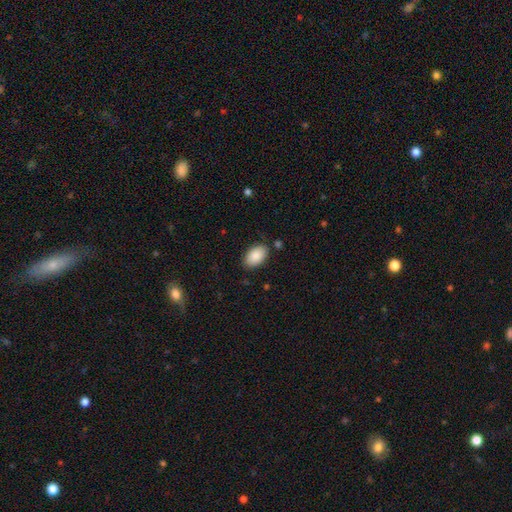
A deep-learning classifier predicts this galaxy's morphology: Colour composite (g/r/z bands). It shows a smooth galaxy with no disk features (88%) that is in between round and cigar-shaped (93%). Merging: none (84%).